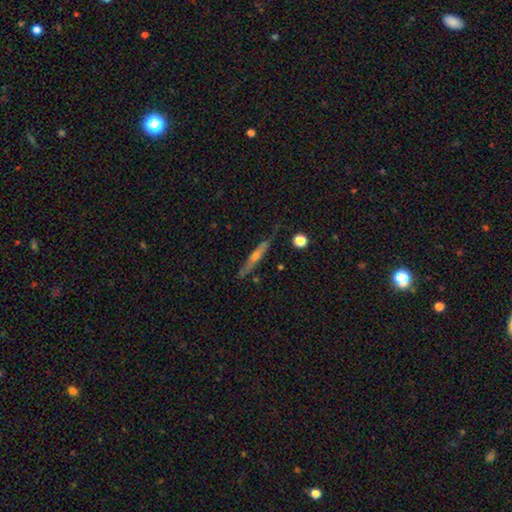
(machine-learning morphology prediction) This appears to be a featured or disk galaxy (60%) viewed edge-on (92%) with a rounded central bulge (66%). Merging: none (79%).